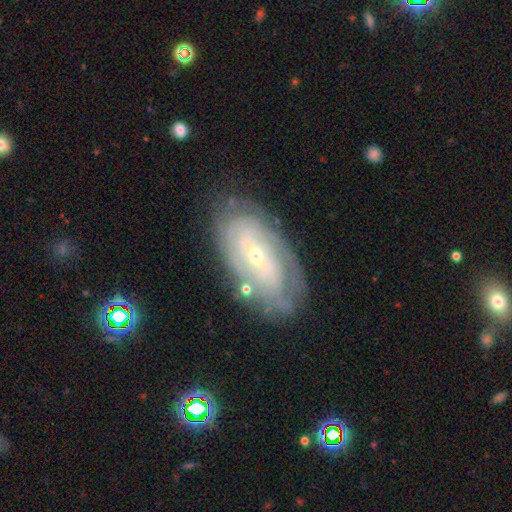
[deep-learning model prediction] smooth-or-featured: featured or disk: 78% | smooth: 15% | star or artifact: 7%
  disk-edge-on: no: 93% | yes: 7%
    bar: no: 69% | weak: 23% | strong: 8%
    has-spiral-arms: yes: 83% | no: 17%
      spiral-winding: tight: 75% | medium: 19% | loose: 6%
      spiral-arm-count: can't tell: 54% | 2: 19% | 3: 10% | 4: 7% | more than 4: 5% | 1: 4%
    bulge-size: small: 73% | moderate: 24% | large: 1% | none: 1% | dominant: 1%
  merging: none: 73% | minor disturbance: 18% | major disturbance: 6% | merger: 3%